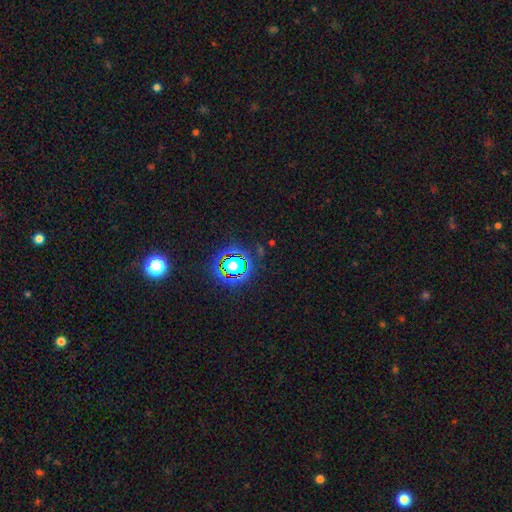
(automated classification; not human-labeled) Morphology: type=star or artifact (78%).